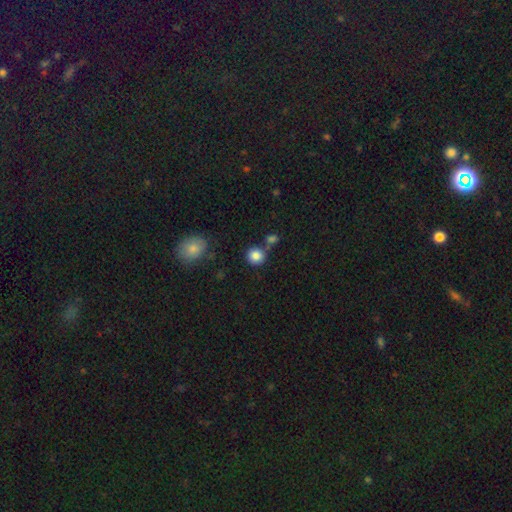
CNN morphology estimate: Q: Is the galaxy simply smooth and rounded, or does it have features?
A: smooth — 85%.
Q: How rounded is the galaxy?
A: round — 90%.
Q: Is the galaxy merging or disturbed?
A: none — 75%.